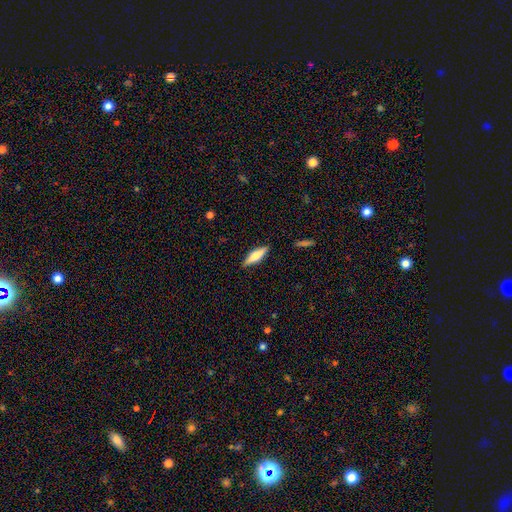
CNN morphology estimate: smooth_or_featured: smooth (p=0.60) [alt: featured or disk p=0.34]
how_rounded: cigar-shaped (p=0.65) [alt: in between p=0.33]
merging: none (p=0.87) [alt: minor disturbance p=0.10]